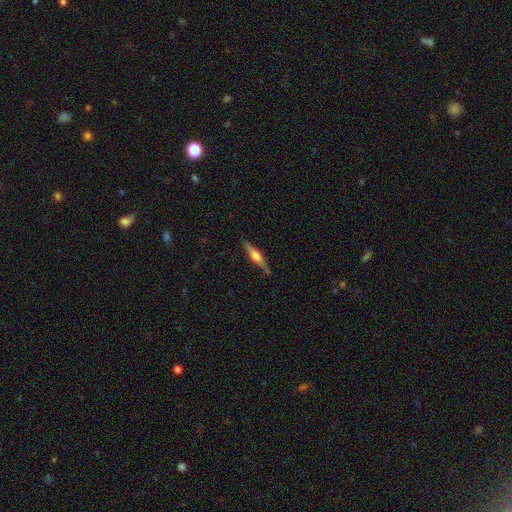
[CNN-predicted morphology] This is possibly a featured or disk galaxy (59%). It is clearly viewed edge-on (96%). Edge-on bulge: likely rounded (79%). Merging: clearly none (84%).